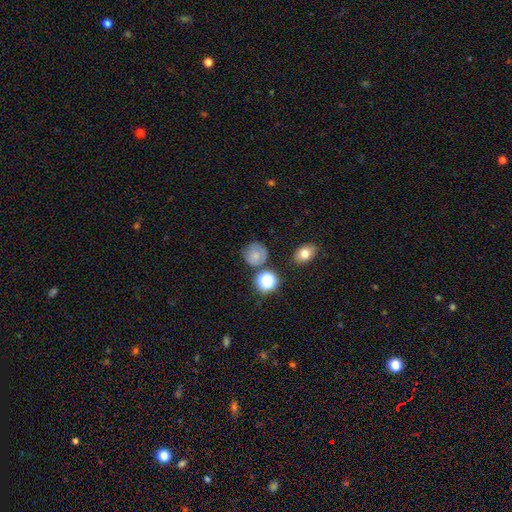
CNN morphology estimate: smooth_or_featured: smooth (p=0.72) [alt: star or artifact p=0.14]
how_rounded: round (p=0.86) [alt: in between p=0.13]
merging: none (p=0.71) [alt: minor disturbance p=0.17]